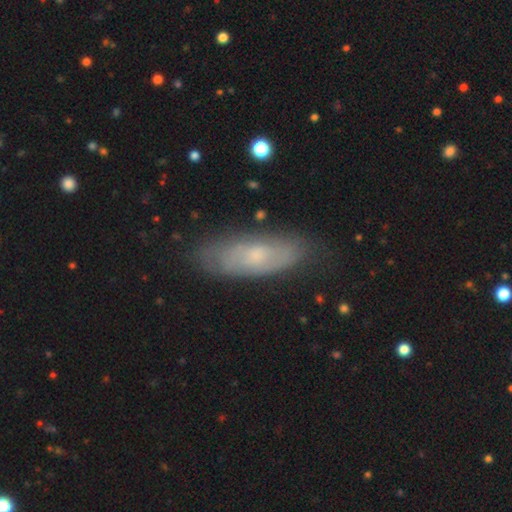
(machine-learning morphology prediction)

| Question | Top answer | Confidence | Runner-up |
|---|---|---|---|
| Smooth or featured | smooth | 49% | featured or disk (44%) |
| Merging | none | 75% | minor disturbance (18%) |